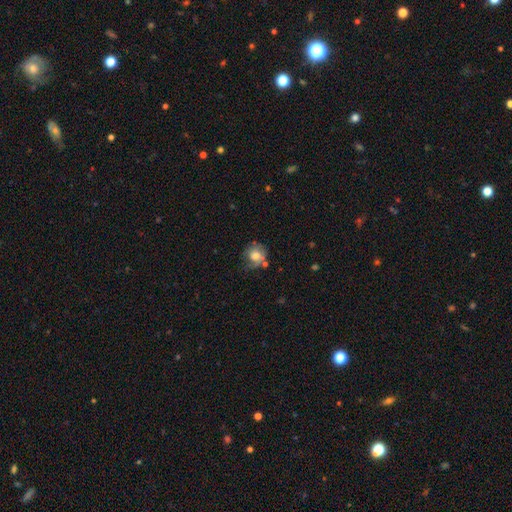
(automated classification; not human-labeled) smooth-or-featured: smooth: 67% | featured or disk: 24% | star or artifact: 10%
  how-rounded: round: 78% | in between: 21% | cigar-shaped: 1%
  merging: none: 50% | minor disturbance: 27% | major disturbance: 13% | merger: 10%